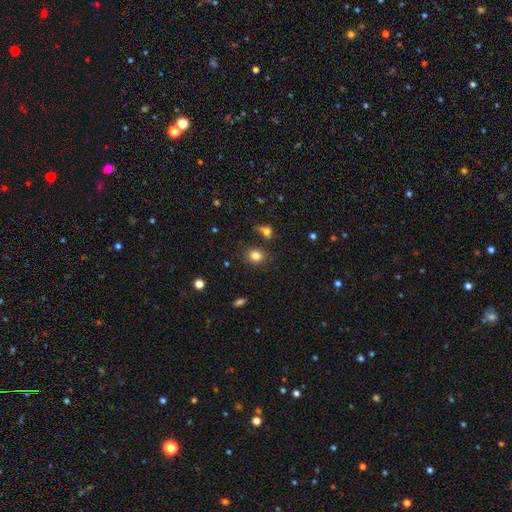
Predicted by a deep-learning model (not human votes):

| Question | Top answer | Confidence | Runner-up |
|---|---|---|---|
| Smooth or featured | smooth | 81% | star or artifact (12%) |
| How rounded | round | 64% | in between (35%) |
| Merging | none | 78% | minor disturbance (12%) |